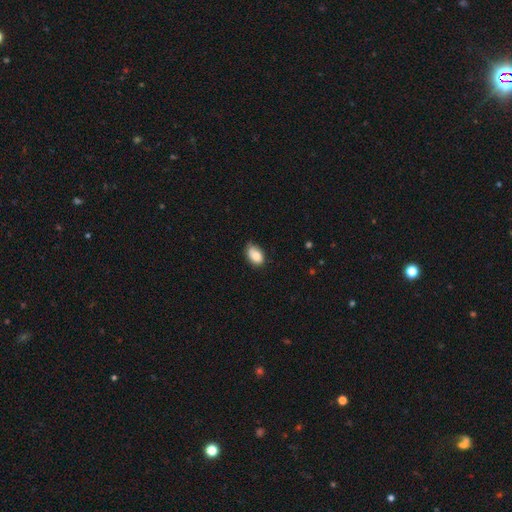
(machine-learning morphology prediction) Q: Smooth or featured?
A: smooth (81%); runner-up: featured or disk (12%)
Q: How rounded?
A: in between (87%); runner-up: round (11%)
Q: Merging?
A: none (54%); runner-up: minor disturbance (36%)